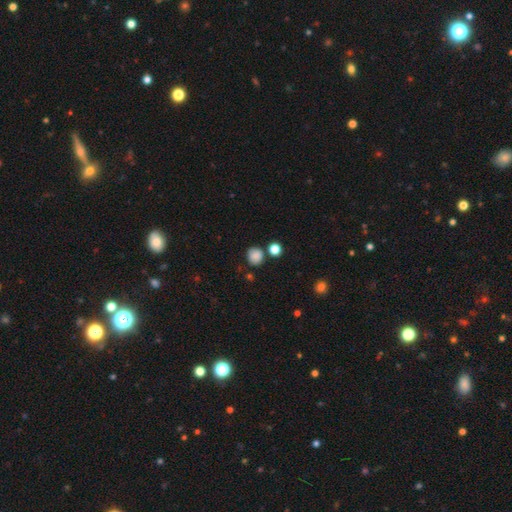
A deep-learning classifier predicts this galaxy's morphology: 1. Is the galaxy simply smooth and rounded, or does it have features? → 84% smooth, 11% star or artifact, 4% featured or disk.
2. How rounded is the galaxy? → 84% round, 15% in between, 1% cigar-shaped.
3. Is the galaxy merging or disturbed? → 77% none, 11% minor disturbance, 8% merger, 3% major disturbance.